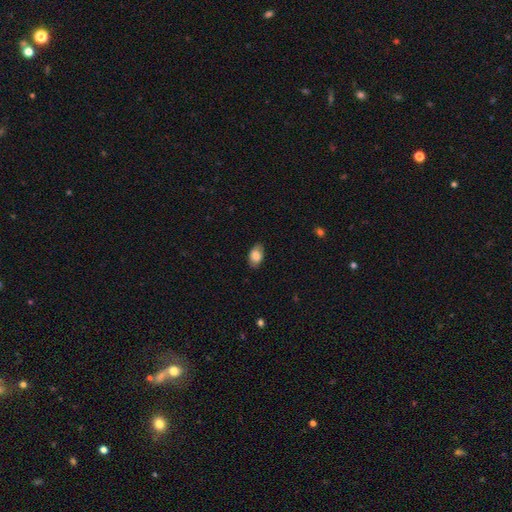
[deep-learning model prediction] The model was most divided on "smooth or featured": smooth: 81%, featured or disk: 12%, star or artifact: 7%. More confident: how rounded — in between (92%); merging — none (83%).